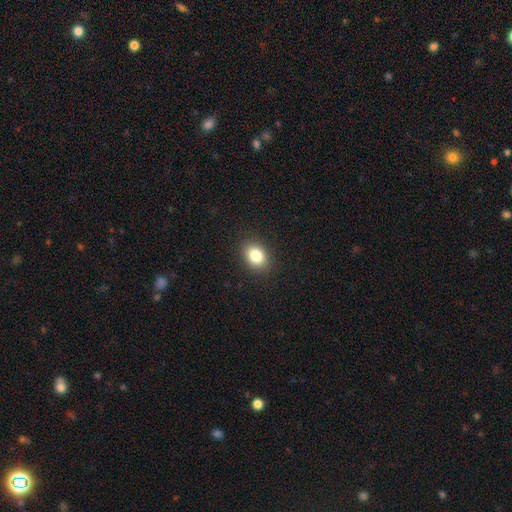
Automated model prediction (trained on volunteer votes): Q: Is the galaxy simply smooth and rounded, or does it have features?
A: smooth — 83%.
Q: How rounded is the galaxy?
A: in between — 63%.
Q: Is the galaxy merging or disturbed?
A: none — 89%.